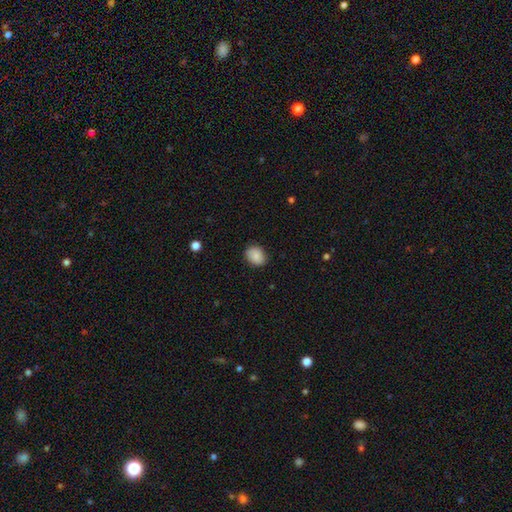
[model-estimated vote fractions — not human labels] smooth-or-featured: smooth: 87% | star or artifact: 8% | featured or disk: 5%
  how-rounded: in between: 54% | round: 45% | cigar-shaped: 1%
  merging: none: 85% | minor disturbance: 12% | major disturbance: 3% | merger: 1%